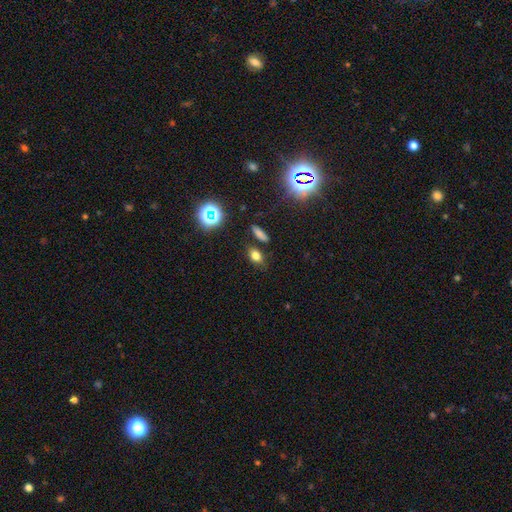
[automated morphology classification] type=smooth (72%); roundness=in between (71%); merging=none (79%).